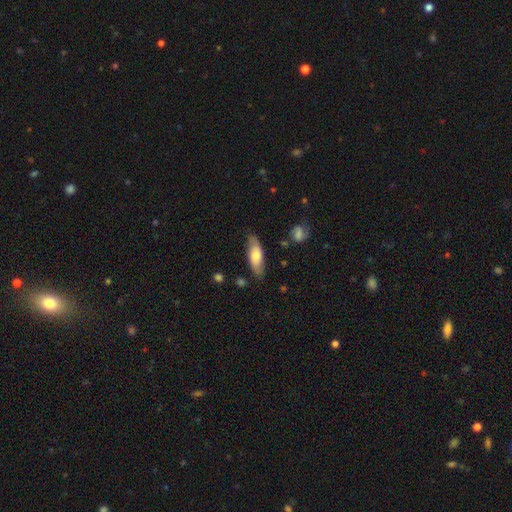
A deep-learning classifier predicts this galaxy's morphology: smooth-or-featured: smooth: 69% | featured or disk: 25% | star or artifact: 6%
  how-rounded: in between: 67% | cigar-shaped: 31% | round: 2%
  merging: none: 80% | minor disturbance: 15% | major disturbance: 3% | merger: 2%